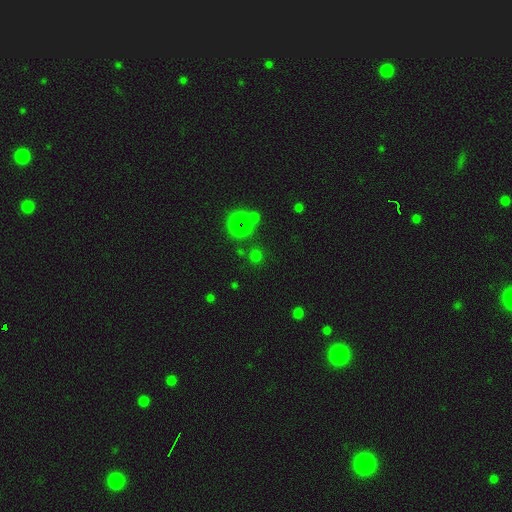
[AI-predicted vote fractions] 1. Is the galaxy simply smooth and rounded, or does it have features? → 59% smooth, 35% star or artifact, 5% featured or disk.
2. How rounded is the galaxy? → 91% round, 8% in between, 1% cigar-shaped.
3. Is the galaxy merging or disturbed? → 81% none, 9% minor disturbance, 6% merger, 4% major disturbance.